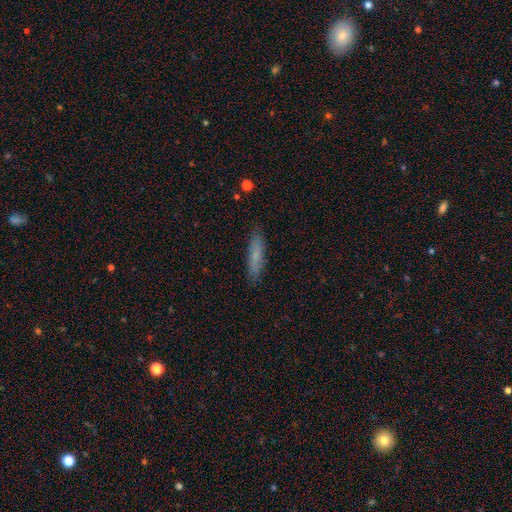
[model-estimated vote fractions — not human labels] Smooth or featured: smooth — 72% (featured or disk — 21%)
How rounded: cigar-shaped — 80% (in between — 18%)
Merging: none — 85% (minor disturbance — 11%)